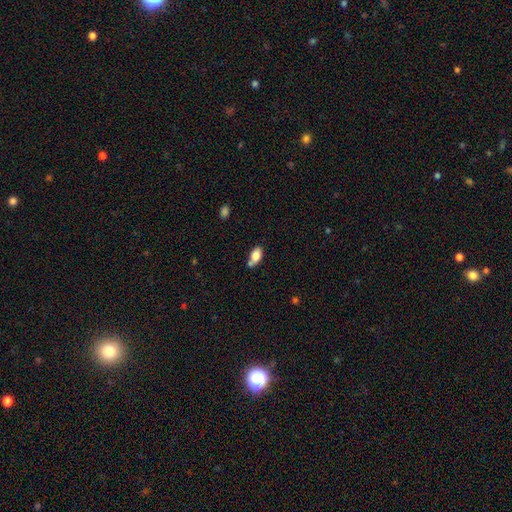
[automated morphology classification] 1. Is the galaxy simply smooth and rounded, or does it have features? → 81% smooth, 11% featured or disk, 8% star or artifact.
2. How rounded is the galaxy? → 90% in between, 6% round, 4% cigar-shaped.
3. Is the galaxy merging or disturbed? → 53% none, 22% merger, 20% minor disturbance, 5% major disturbance.